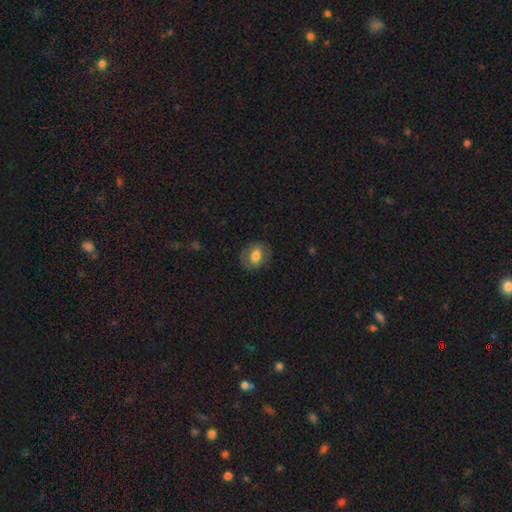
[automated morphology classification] A smooth galaxy with no disk features (72%) that is in between round and cigar-shaped (56%). Merging: none (80%).